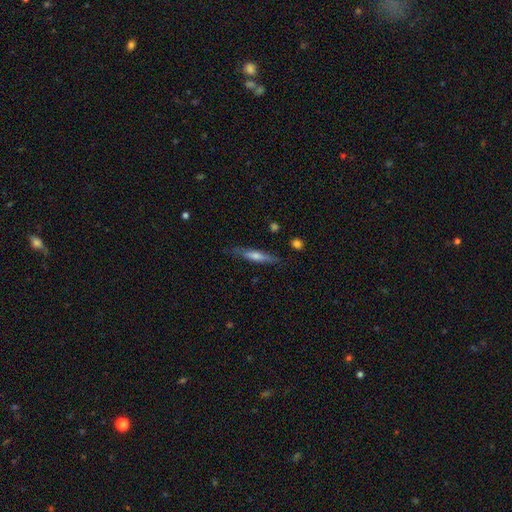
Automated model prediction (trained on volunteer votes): Morphology: type=smooth (48%); merging=none (79%).